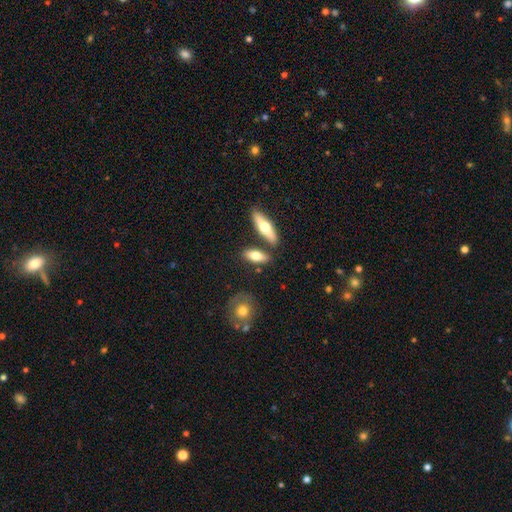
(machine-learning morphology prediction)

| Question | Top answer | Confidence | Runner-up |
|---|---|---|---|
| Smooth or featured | smooth | 70% | featured or disk (24%) |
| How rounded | in between | 69% | cigar-shaped (27%) |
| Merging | none | 70% | merger (15%) |